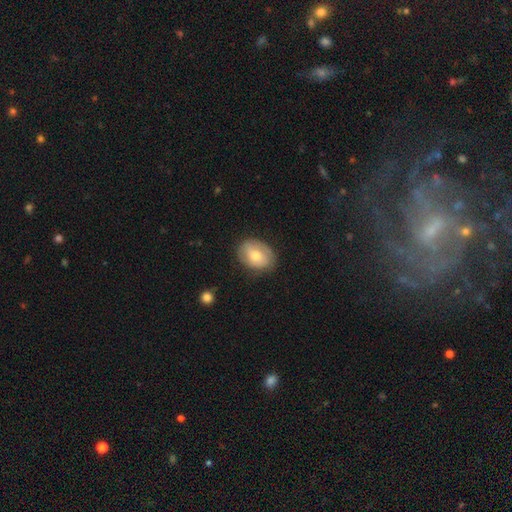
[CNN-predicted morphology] Smooth or featured?
  - smooth: 59% *
  - featured or disk: 35%
  - star or artifact: 6%
How rounded?
  - in between: 69% *
  - round: 30%
  - cigar-shaped: 1%
Merging?
  - none: 75% *
  - minor disturbance: 18%
  - major disturbance: 5%
  - merger: 1%